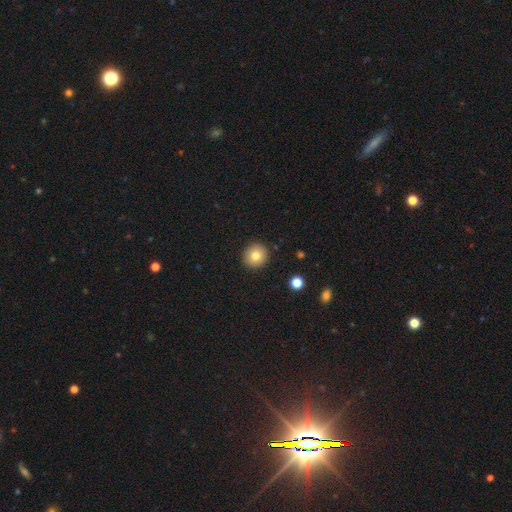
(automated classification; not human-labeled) A smooth galaxy with no disk features (79%) that is round (91%). Merging: none (92%).